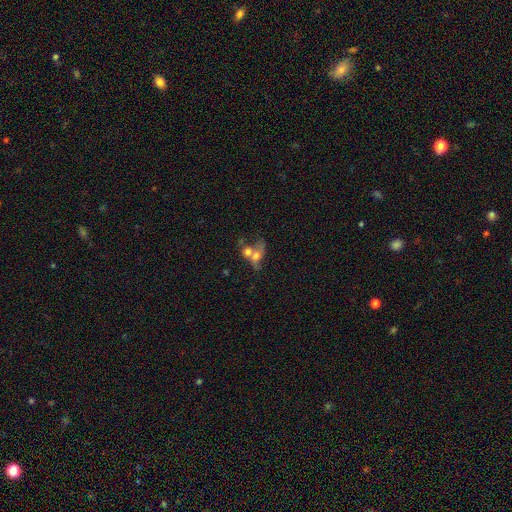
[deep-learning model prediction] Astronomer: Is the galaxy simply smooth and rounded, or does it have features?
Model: smooth — 53% (runner-up: featured or disk, 35%).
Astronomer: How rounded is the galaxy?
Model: in between — 58% (runner-up: round, 37%).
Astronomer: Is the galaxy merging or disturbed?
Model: merger — 66%.